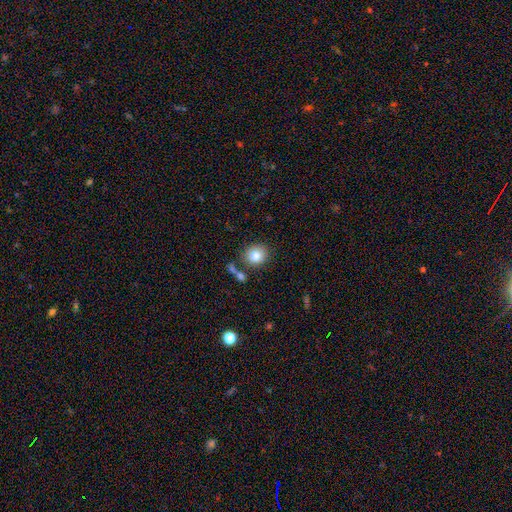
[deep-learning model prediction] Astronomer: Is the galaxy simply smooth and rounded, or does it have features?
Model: smooth — 82%.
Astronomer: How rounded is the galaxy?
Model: round — 81%.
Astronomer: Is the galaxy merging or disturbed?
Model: none — 76%.